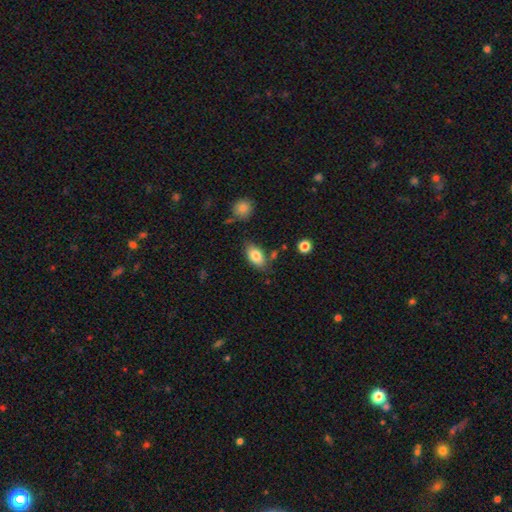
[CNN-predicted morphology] This is clearly a smooth galaxy (82%). How rounded: clearly in between (91%). Merging: likely none (75%).